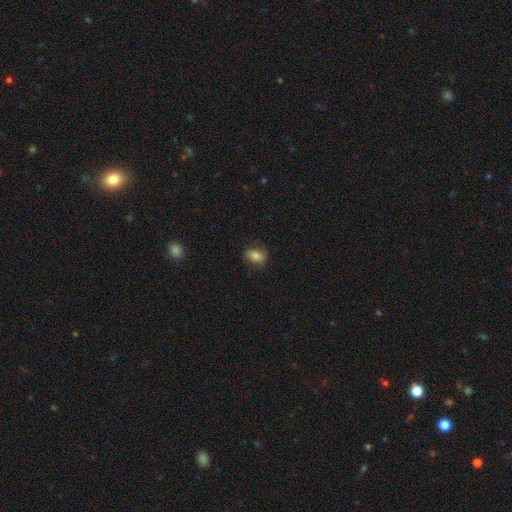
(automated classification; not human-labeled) Smooth or featured?
  - smooth: 74% *
  - featured or disk: 16%
  - star or artifact: 10%
How rounded?
  - in between: 69% *
  - round: 30%
  - cigar-shaped: 2%
Merging?
  - none: 74% *
  - minor disturbance: 19%
  - major disturbance: 6%
  - merger: 1%